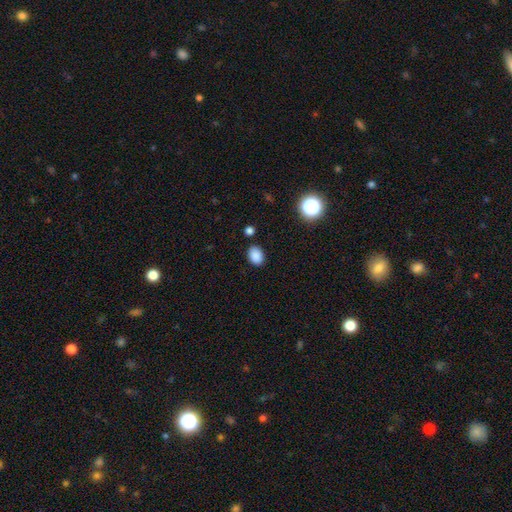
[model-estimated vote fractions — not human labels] The model was most divided on "how rounded": in between: 75%, round: 24%, cigar-shaped: 1%. More confident: smooth or featured — smooth (86%); merging — none (85%).